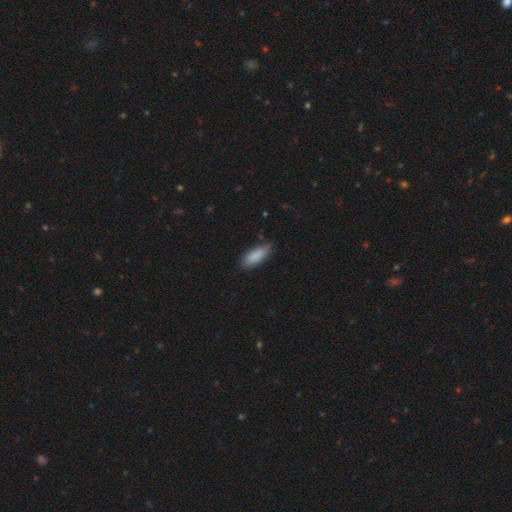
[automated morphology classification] This appears to be a smooth galaxy with no disk features (87%) that is in between round and cigar-shaped (78%). Merging: none (69%).